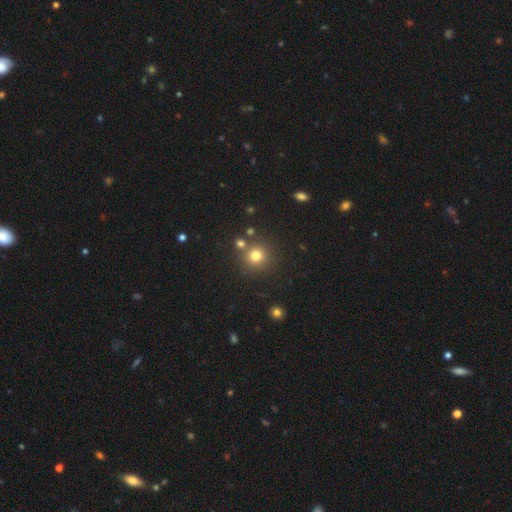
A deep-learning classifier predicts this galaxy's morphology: smooth-or-featured: smooth: 77% | star or artifact: 16% | featured or disk: 7%
  how-rounded: round: 93% | in between: 6% | cigar-shaped: 1%
  merging: none: 78% | merger: 11% | minor disturbance: 8% | major disturbance: 3%